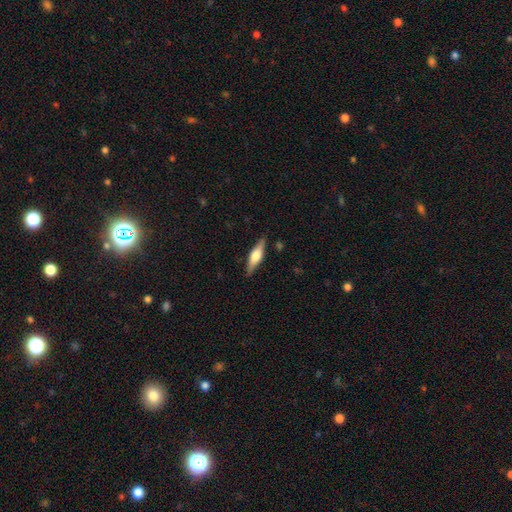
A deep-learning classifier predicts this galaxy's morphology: This appears to be a featured or disk galaxy (57%) viewed edge-on (95%) with a rounded central bulge (87%). Merging: none (87%).